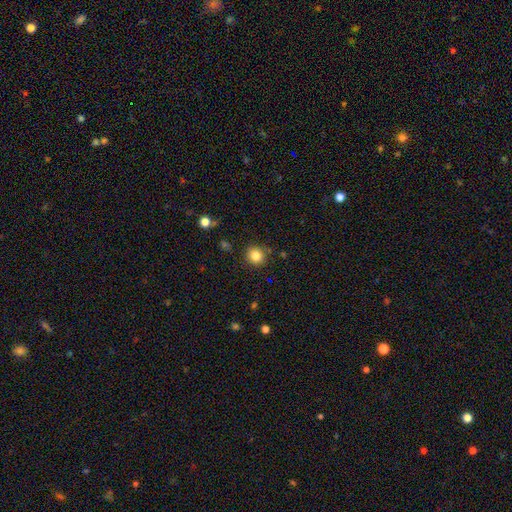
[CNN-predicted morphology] Smooth or featured? smooth (83%)
How rounded? round (89%)
Merging? none (87%)